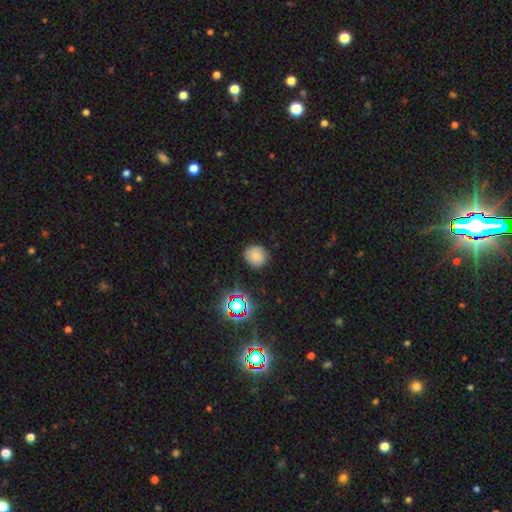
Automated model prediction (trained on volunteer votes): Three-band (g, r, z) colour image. It shows a smooth galaxy with no disk features (73%) that is round (85%). Merging: none (81%).